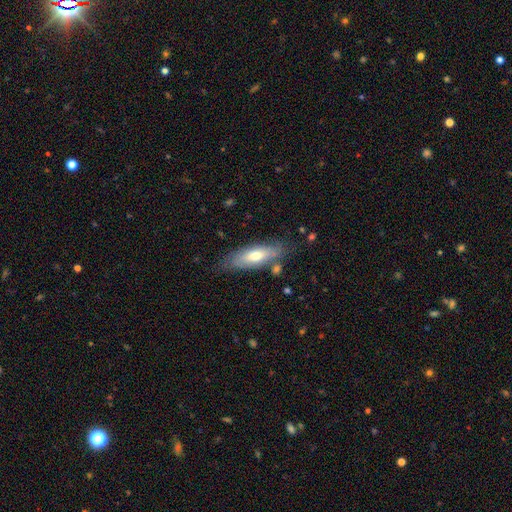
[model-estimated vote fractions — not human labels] Smooth or featured: smooth — 57% (featured or disk — 36%)
How rounded: in between — 59% (cigar-shaped — 39%)
Merging: none — 74% (minor disturbance — 17%)